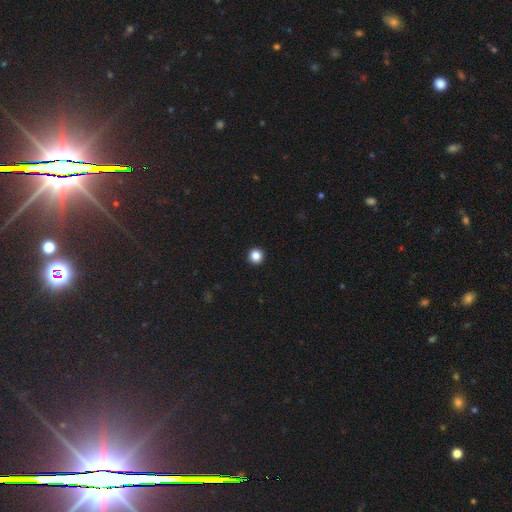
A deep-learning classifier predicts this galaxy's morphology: This is clearly a smooth galaxy (86%). How rounded: clearly round (96%). Merging: clearly none (95%).